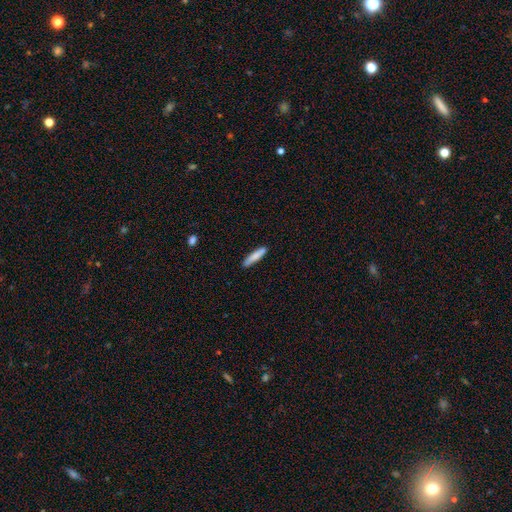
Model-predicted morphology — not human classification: Smooth or featured? smooth (82%)
How rounded? cigar-shaped (88%)
Merging? none (86%)